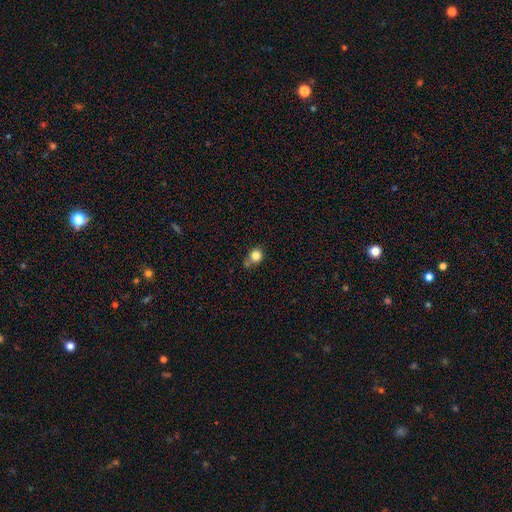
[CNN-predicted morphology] Overall: smooth (81%). How rounded: round (81%). Merging: none (53%; minor disturbance 22%).